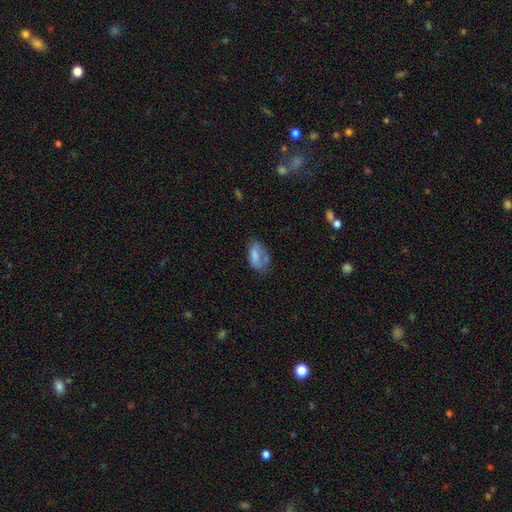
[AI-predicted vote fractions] This is likely a smooth galaxy (71%). How rounded: clearly in between (90%). Merging: marginally none (43%).